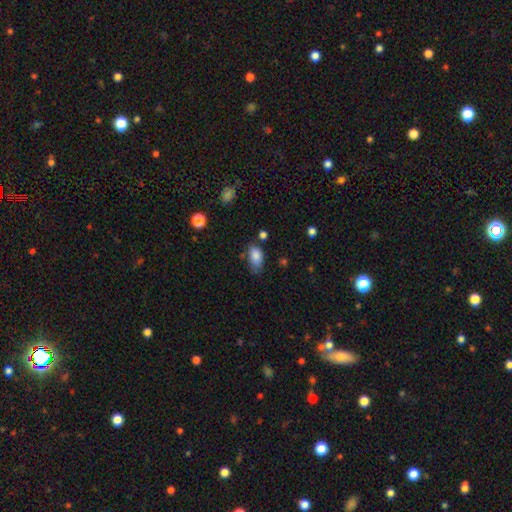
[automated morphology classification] Overall: smooth (85%). How rounded: in between (91%). Merging: none (56%; minor disturbance 31%).